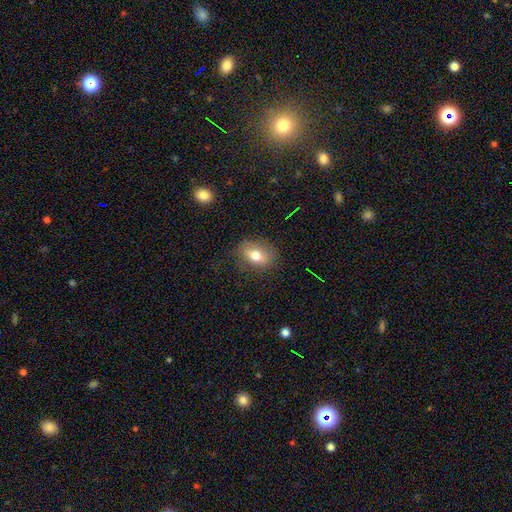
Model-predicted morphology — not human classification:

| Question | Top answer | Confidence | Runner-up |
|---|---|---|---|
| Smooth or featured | smooth | 73% | featured or disk (17%) |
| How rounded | in between | 73% | round (25%) |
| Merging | none | 77% | minor disturbance (16%) |